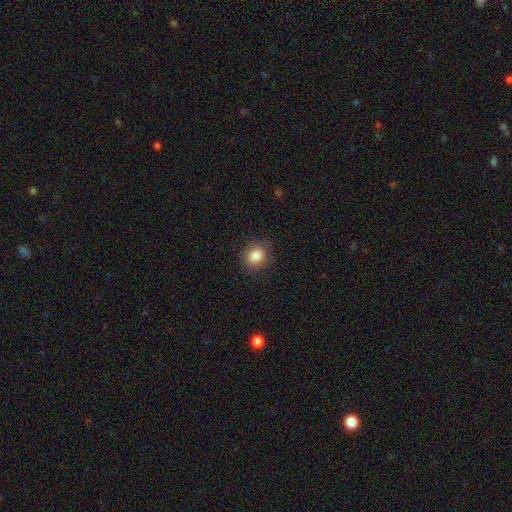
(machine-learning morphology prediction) type=smooth (85%); roundness=round (69%); merging=none (84%).